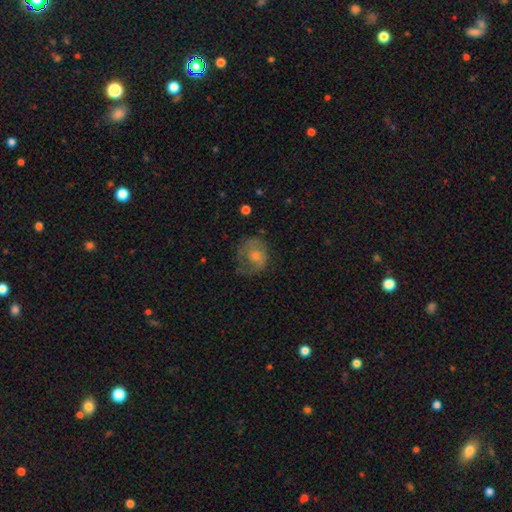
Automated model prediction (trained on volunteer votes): Smooth or featured?
  - featured or disk: 47% *
  - smooth: 41%
  - star or artifact: 12%
Merging?
  - none: 58% *
  - minor disturbance: 23%
  - major disturbance: 17%
  - merger: 2%